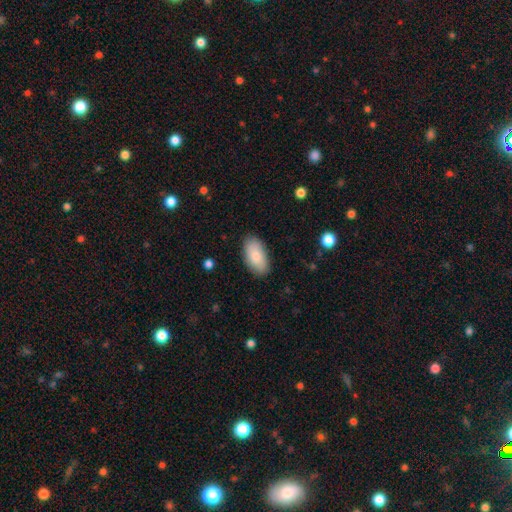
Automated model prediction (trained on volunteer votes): smooth 82%, featured or disk 12%, star or artifact 6%. Down the decision tree: how rounded — in between (94%); merging — none (86%).